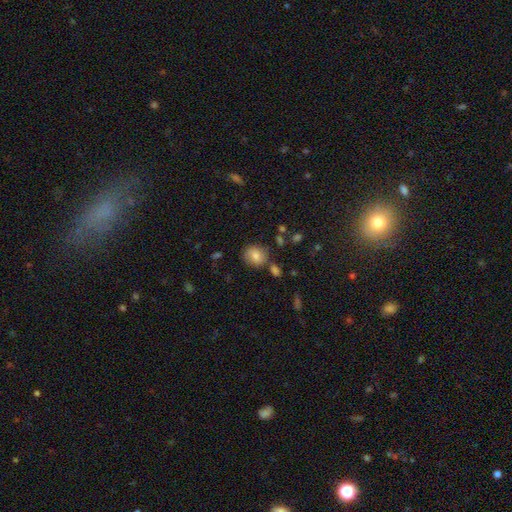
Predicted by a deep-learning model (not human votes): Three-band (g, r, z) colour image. It shows a smooth galaxy with no disk features (77%) that is round (73%). Merging: none (74%).